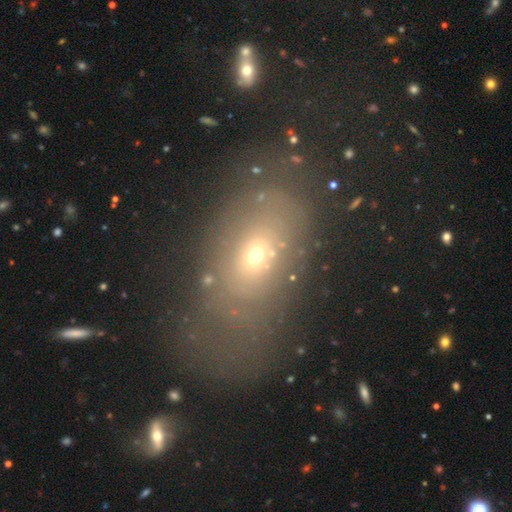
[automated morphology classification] Q: Smooth or featured?
A: smooth (54%); runner-up: featured or disk (26%)
Q: How rounded?
A: in between (77%); runner-up: round (20%)
Q: Merging?
A: none (59%); runner-up: major disturbance (18%)